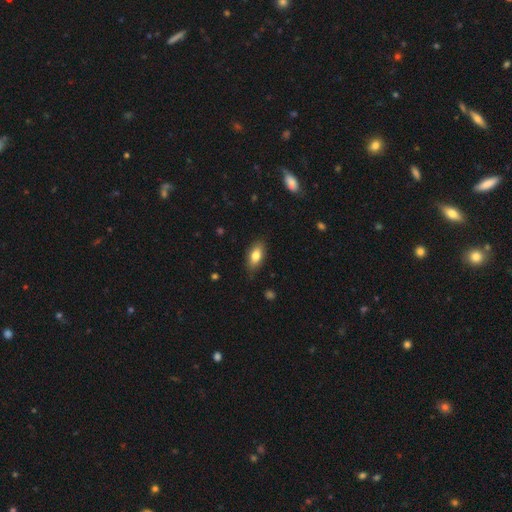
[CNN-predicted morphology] Smooth or featured?
  - smooth: 79% *
  - featured or disk: 14%
  - star or artifact: 7%
How rounded?
  - in between: 87% *
  - cigar-shaped: 8%
  - round: 4%
Merging?
  - none: 83% *
  - minor disturbance: 13%
  - major disturbance: 2%
  - merger: 1%